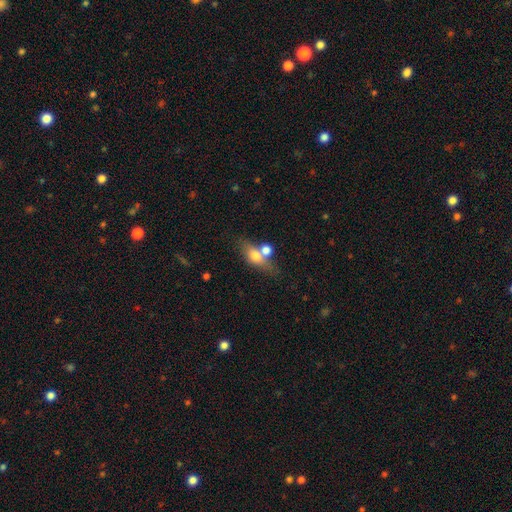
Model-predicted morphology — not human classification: Q: Smooth or featured?
A: smooth (64%); runner-up: featured or disk (27%)
Q: How rounded?
A: in between (63%); runner-up: round (19%)
Q: Merging?
A: none (43%); runner-up: merger (38%)